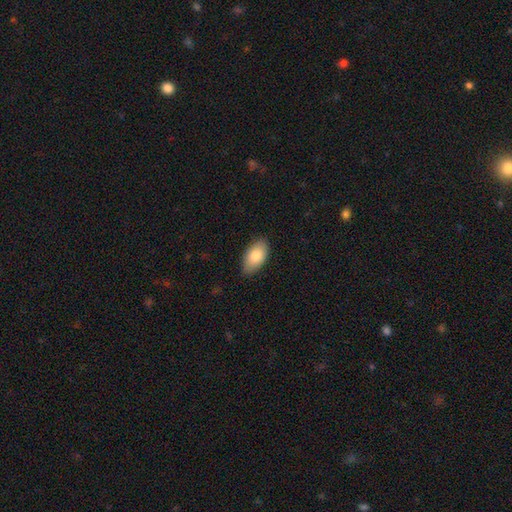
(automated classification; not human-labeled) Morphology: type=smooth (83%); roundness=in between (95%); merging=none (83%).